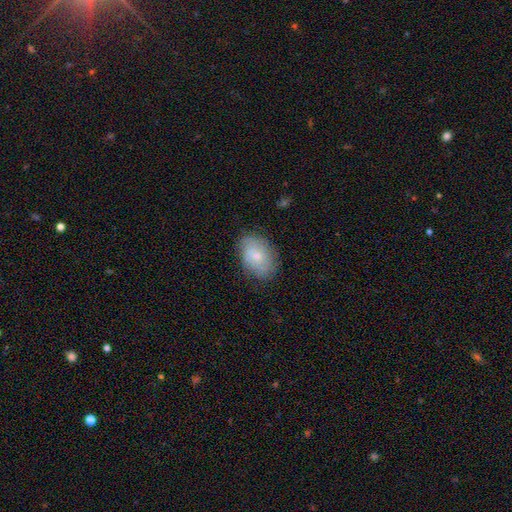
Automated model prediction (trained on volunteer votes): A smooth galaxy with no disk features (62%) that is in between round and cigar-shaped (84%). Merging: none (77%).